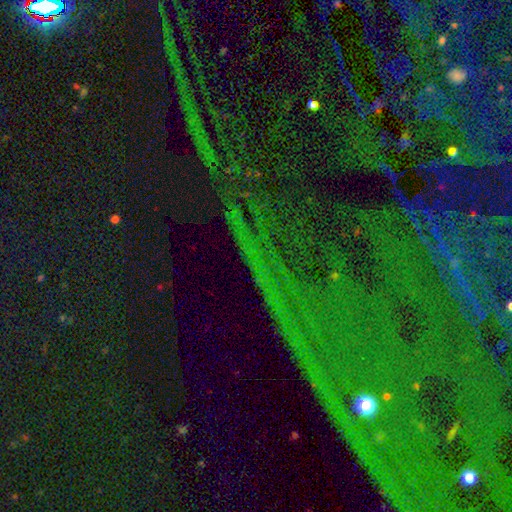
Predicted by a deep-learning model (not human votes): A star or artifact, not a galaxy (85%).

Vote fractions:
- Smooth or featured? star or artifact: 85% / featured or disk: 8% / smooth: 8%